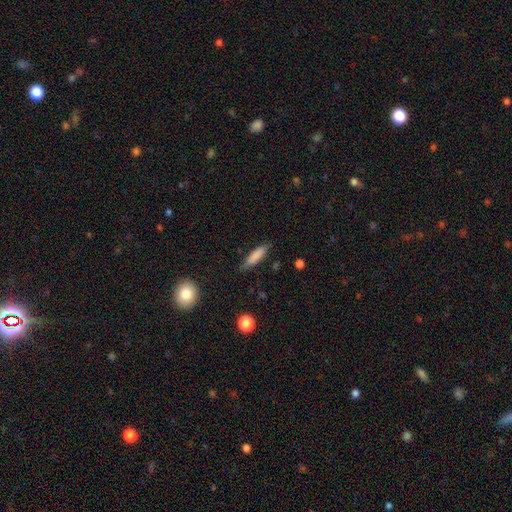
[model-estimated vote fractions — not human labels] Smooth or featured? Predicted: smooth (p=0.82). How rounded? Predicted: cigar-shaped (p=0.68). Merging? Predicted: none (p=0.80).